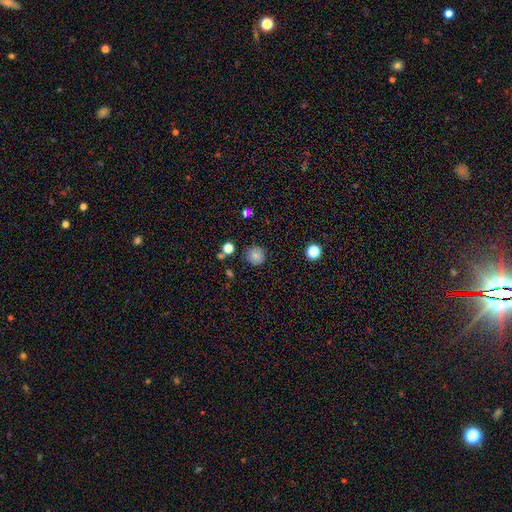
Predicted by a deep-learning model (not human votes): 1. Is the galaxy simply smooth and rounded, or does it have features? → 83% smooth, 11% star or artifact, 6% featured or disk.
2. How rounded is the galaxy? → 94% round, 5% in between, 1% cigar-shaped.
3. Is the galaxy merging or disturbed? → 88% none, 8% minor disturbance, 2% major disturbance, 2% merger.